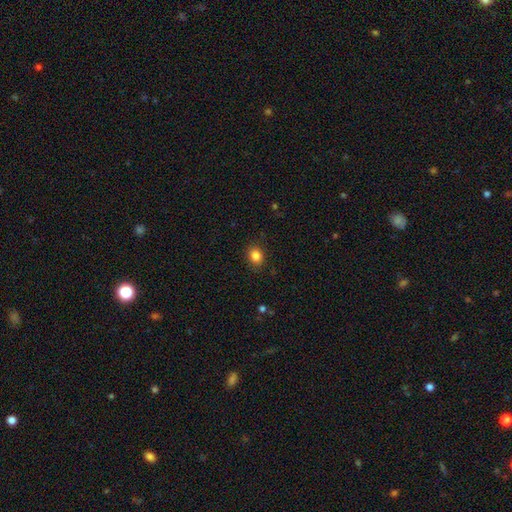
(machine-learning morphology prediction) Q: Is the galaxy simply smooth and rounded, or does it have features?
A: smooth — 85%.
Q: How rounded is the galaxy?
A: round — 51%.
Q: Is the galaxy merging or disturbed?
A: none — 87%.